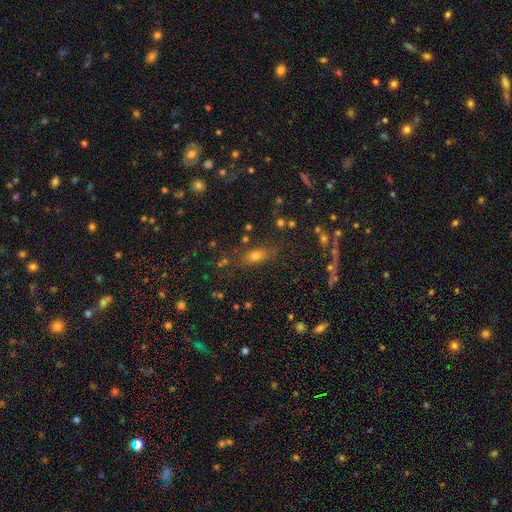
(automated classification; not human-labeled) A smooth galaxy with no disk features (64%) that is in between round and cigar-shaped (67%).

Vote fractions:
- Smooth or featured? smooth: 64% / star or artifact: 22% / featured or disk: 14%
- How rounded? in between: 67% / round: 17% / cigar-shaped: 16%
- Merging? none: 76% / minor disturbance: 13% / major disturbance: 6% / merger: 6%